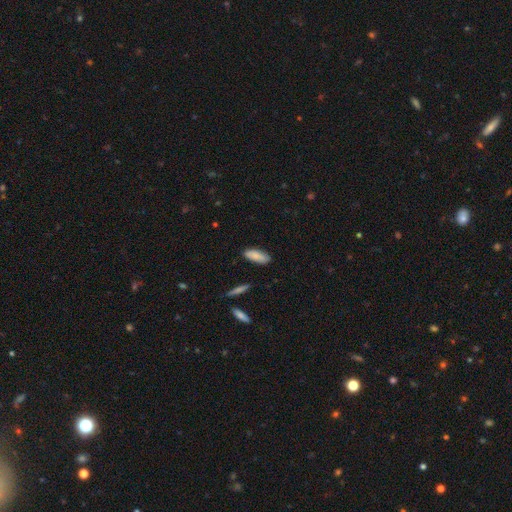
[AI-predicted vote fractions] A smooth galaxy with no disk features (86%) that is in between round and cigar-shaped (72%).

Vote fractions:
- Smooth or featured? smooth: 86% / featured or disk: 8% / star or artifact: 6%
- How rounded? in between: 72% / cigar-shaped: 26% / round: 2%
- Merging? none: 85% / minor disturbance: 11% / major disturbance: 2% / merger: 2%